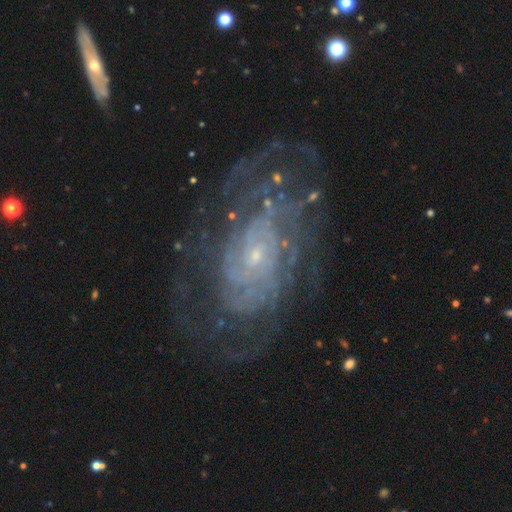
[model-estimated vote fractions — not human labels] The model was most divided on "spiral arm count": can't tell: 44%, more than 4: 15%, 4: 13%, 2: 12%, 3: 10%, 1: 7%. More confident: edge-on disk — no (96%); spiral arms — yes (93%); smooth or featured — featured or disk (85%); bulge size — small (82%); bar — no (73%); merging — none (72%); spiral winding — tight (71%).